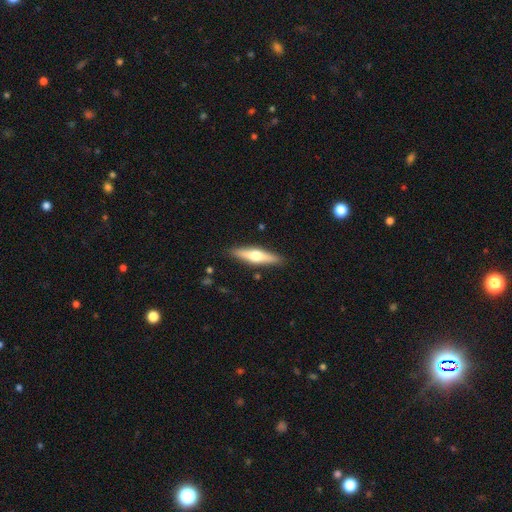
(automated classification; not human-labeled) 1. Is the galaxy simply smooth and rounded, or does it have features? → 54% featured or disk, 41% smooth, 5% star or artifact.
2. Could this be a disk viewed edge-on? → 94% yes, 6% no.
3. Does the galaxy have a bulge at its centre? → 93% rounded, 4% boxy, 3% none.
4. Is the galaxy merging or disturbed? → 88% none, 9% minor disturbance, 2% major disturbance, 1% merger.